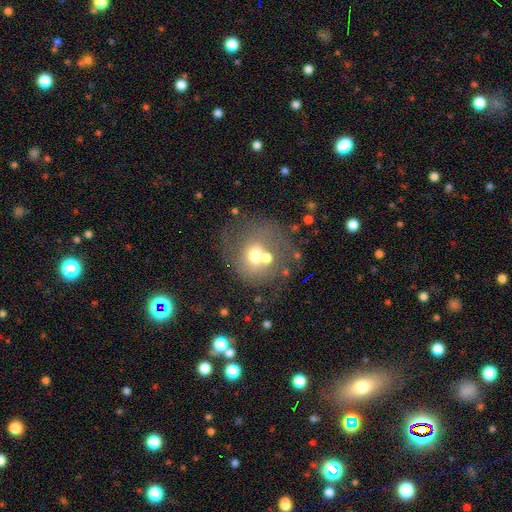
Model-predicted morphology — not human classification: Overall: smooth (51%; featured or disk 34%). How rounded: round (81%). Merging: none (40%; merger 29%).